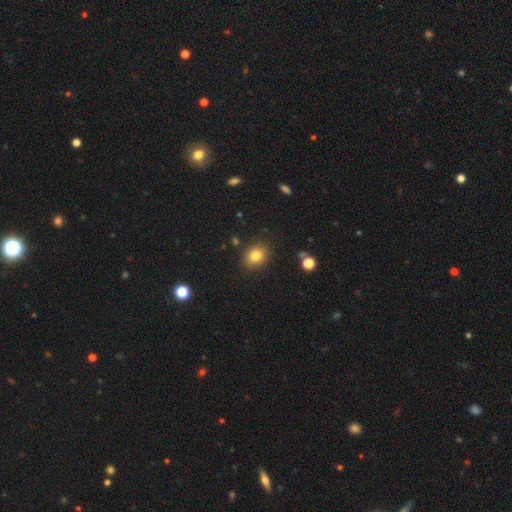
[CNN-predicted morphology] type=smooth (82%); roundness=in between (56%); merging=none (85%).